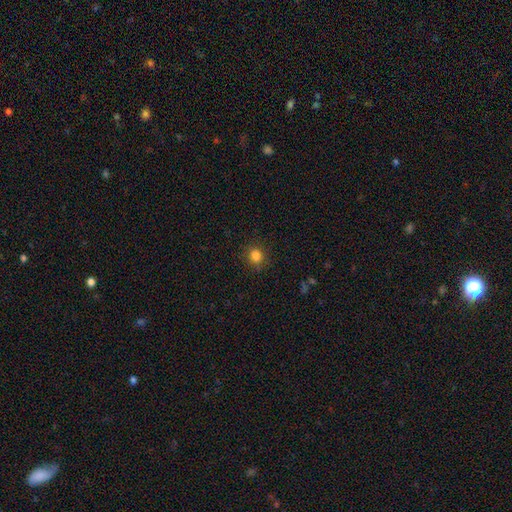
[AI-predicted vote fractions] Smooth or featured: smooth — 84% (star or artifact — 12%)
How rounded: round — 83% (in between — 16%)
Merging: none — 88% (minor disturbance — 8%)